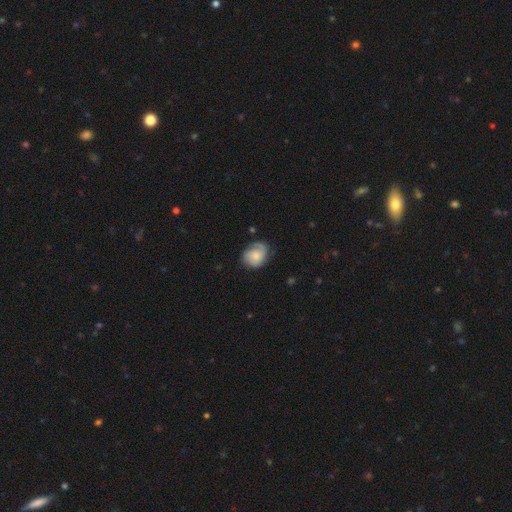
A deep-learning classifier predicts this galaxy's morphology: This is possibly a featured or disk galaxy (56%). It is clearly not viewed edge-on (97%). Bar: likely no (75%). Spiral arm pattern: clearly yes (89%). Central bulge: possibly small (52%). Merging: likely none (62%).